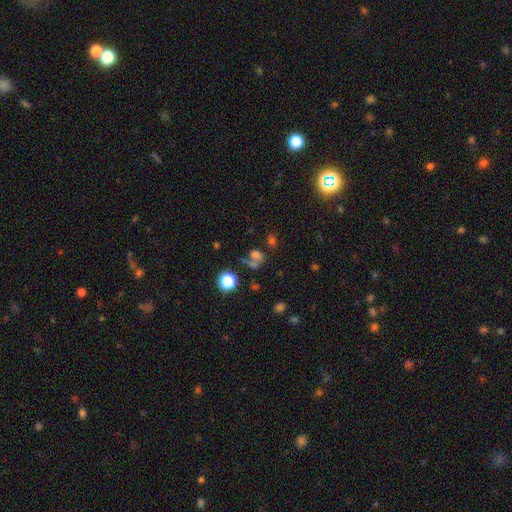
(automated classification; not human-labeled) Q: Smooth or featured?
A: smooth (61%); runner-up: star or artifact (24%)
Q: How rounded?
A: in between (51%); runner-up: round (46%)
Q: Merging?
A: merger (38%); runner-up: none (36%)